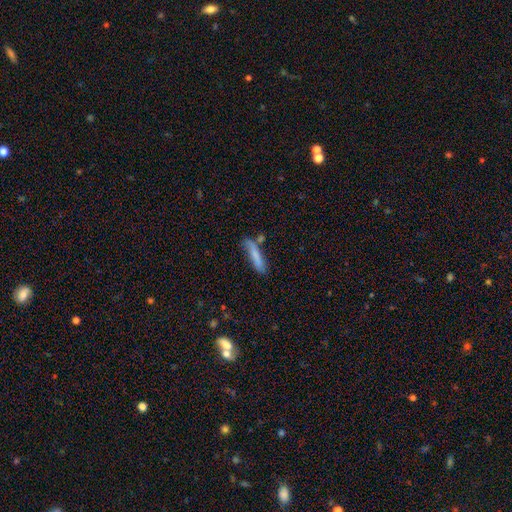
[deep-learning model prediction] smooth_or_featured: smooth (p=0.75) [alt: featured or disk p=0.18]
how_rounded: cigar-shaped (p=0.87) [alt: in between p=0.12]
merging: none (p=0.63) [alt: minor disturbance p=0.22]